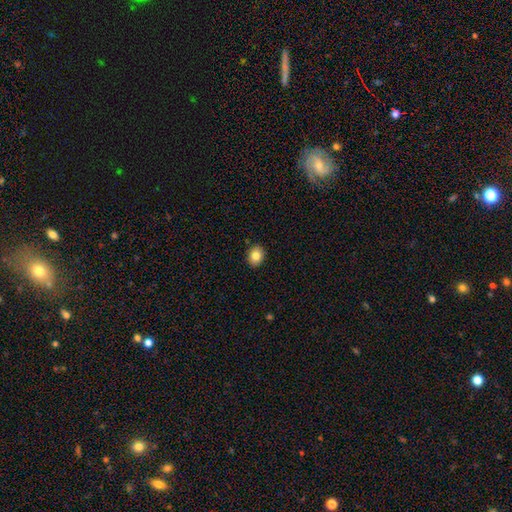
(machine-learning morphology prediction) The model was most divided on "how rounded": round: 54%, in between: 45%, cigar-shaped: 1%. More confident: merging — none (90%); smooth or featured — smooth (82%).